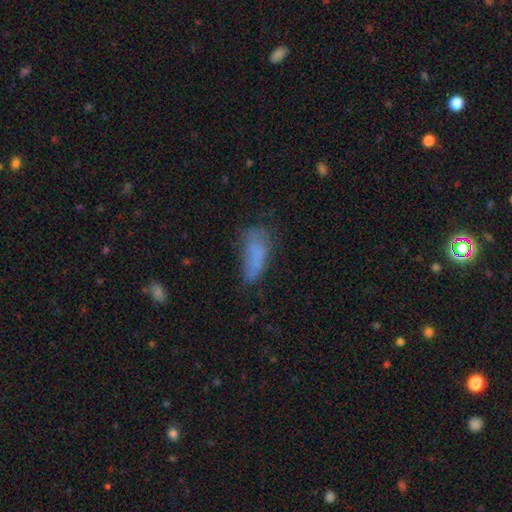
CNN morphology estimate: Q: Smooth or featured?
A: smooth (69%); runner-up: featured or disk (19%)
Q: How rounded?
A: in between (76%); runner-up: cigar-shaped (21%)
Q: Merging?
A: none (41%); runner-up: minor disturbance (32%)